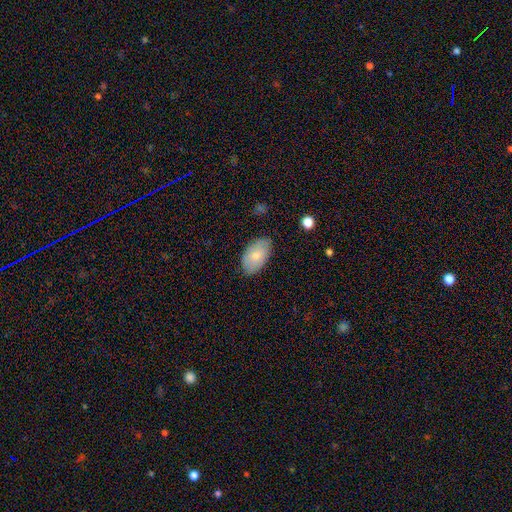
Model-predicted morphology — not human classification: smooth-or-featured: smooth: 77% | featured or disk: 16% | star or artifact: 6%
  how-rounded: in between: 95% | round: 4% | cigar-shaped: 2%
  merging: none: 81% | minor disturbance: 15% | major disturbance: 3% | merger: 1%